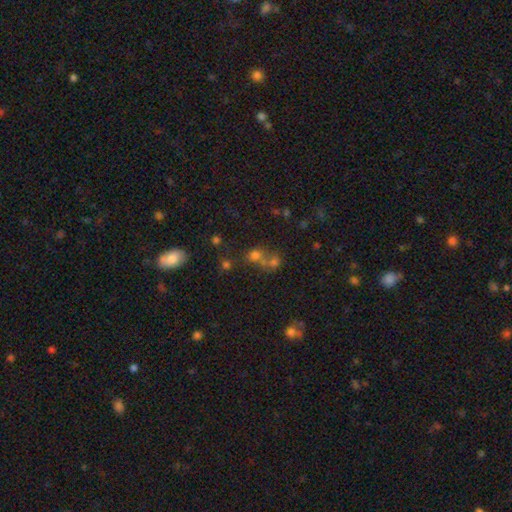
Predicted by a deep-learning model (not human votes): smooth-or-featured: smooth: 62% | star or artifact: 25% | featured or disk: 13%
  how-rounded: round: 76% | in between: 23% | cigar-shaped: 1%
  merging: merger: 47% | none: 41% | minor disturbance: 8% | major disturbance: 5%